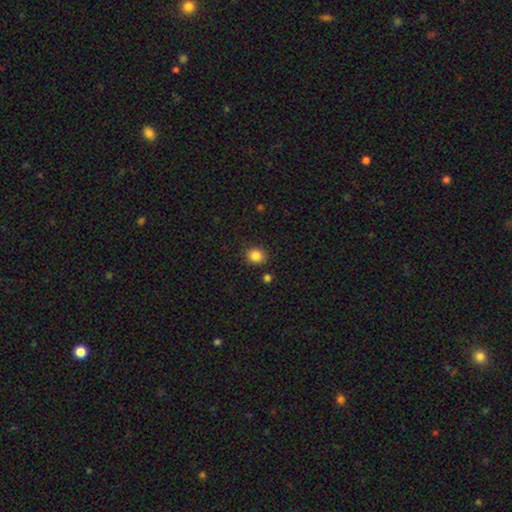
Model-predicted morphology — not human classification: Smooth or featured? smooth (85%)
How rounded? round (82%)
Merging? none (87%)